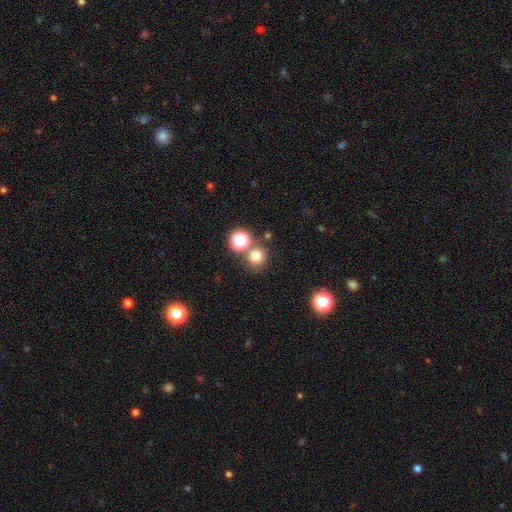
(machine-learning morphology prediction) Smooth or featured?
  - smooth: 75% *
  - star or artifact: 18%
  - featured or disk: 7%
How rounded?
  - round: 89% *
  - in between: 10%
  - cigar-shaped: 1%
Merging?
  - none: 68% *
  - merger: 20%
  - minor disturbance: 8%
  - major disturbance: 4%